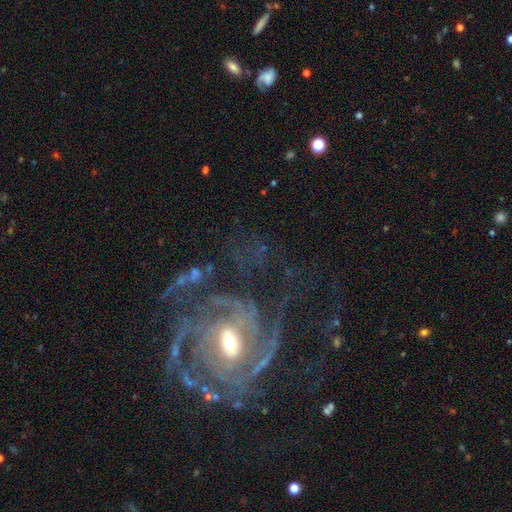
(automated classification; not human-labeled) Smooth or featured? featured or disk (89%)
Edge-on disk? no (97%)
Bar? weak (44%)
Spiral arms? yes (97%)
Spiral winding? tight (57%)
Spiral arm count? 3 (25%)
Bulge size? moderate (59%)
Merging? none (59%)